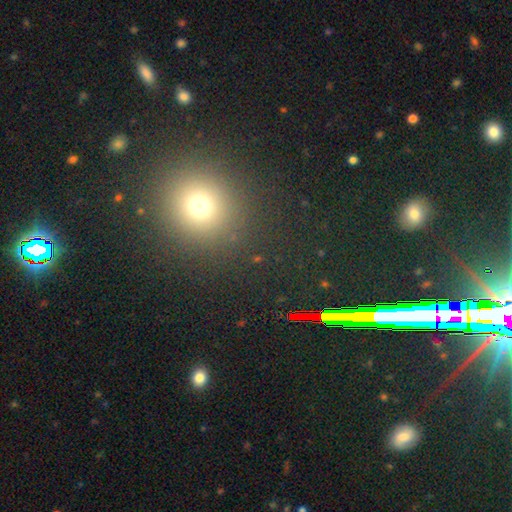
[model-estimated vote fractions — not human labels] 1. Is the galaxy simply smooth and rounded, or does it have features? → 56% smooth, 35% star or artifact, 9% featured or disk.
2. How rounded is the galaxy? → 88% round, 10% in between, 2% cigar-shaped.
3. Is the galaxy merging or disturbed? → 90% none, 5% minor disturbance, 3% major disturbance, 2% merger.